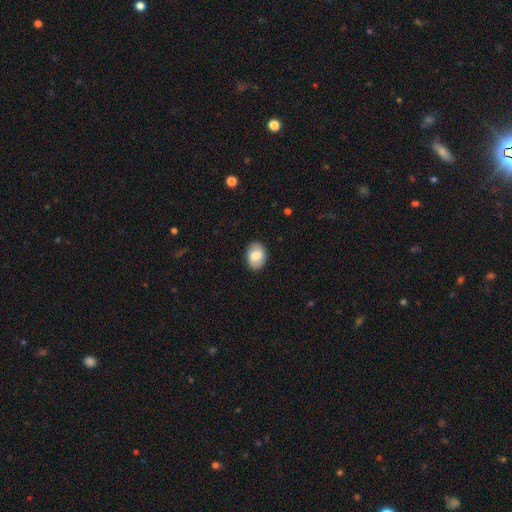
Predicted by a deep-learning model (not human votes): A smooth galaxy with no disk features (74%) that is in between round and cigar-shaped (78%).

Vote fractions:
- Smooth or featured? smooth: 74% / featured or disk: 20% / star or artifact: 7%
- How rounded? in between: 78% / round: 21% / cigar-shaped: 1%
- Merging? none: 88% / minor disturbance: 9% / major disturbance: 2% / merger: 1%